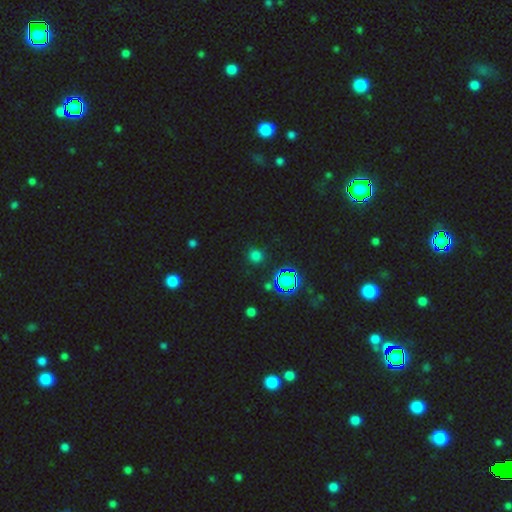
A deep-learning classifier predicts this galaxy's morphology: A smooth galaxy with no disk features (64%) that is round (93%).

Vote fractions:
- Smooth or featured? smooth: 64% / star or artifact: 31% / featured or disk: 6%
- How rounded? round: 93% / in between: 6% / cigar-shaped: 1%
- Merging? none: 88% / minor disturbance: 7% / major disturbance: 3% / merger: 2%